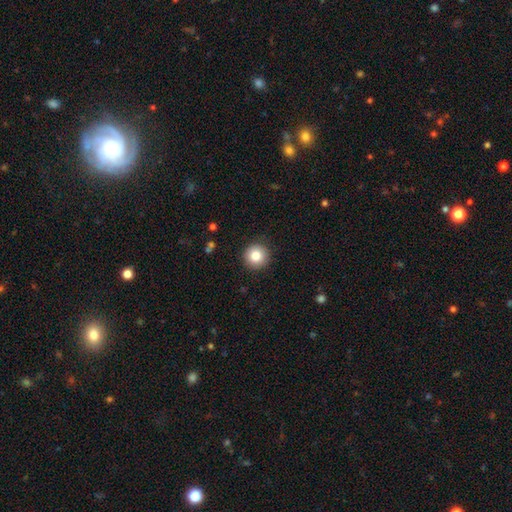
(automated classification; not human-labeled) Overall: smooth (83%). How rounded: round (95%). Merging: none (91%).